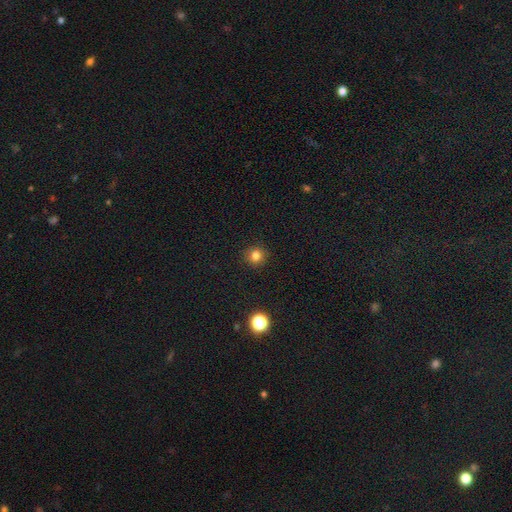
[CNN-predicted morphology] type=smooth (81%); roundness=round (92%); merging=none (91%).